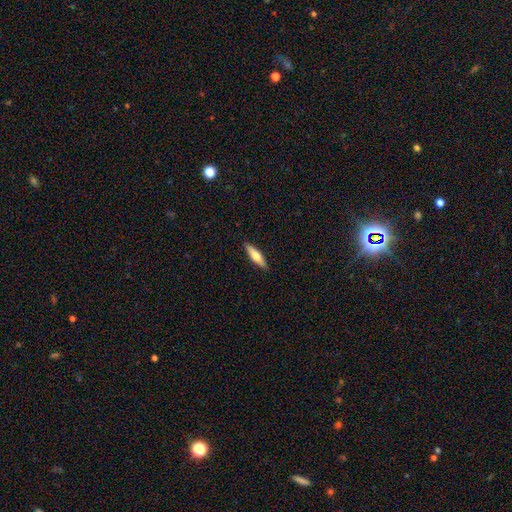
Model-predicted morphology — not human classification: smooth-or-featured: smooth: 58% | featured or disk: 37% | star or artifact: 6%
  how-rounded: cigar-shaped: 68% | in between: 30% | round: 2%
  merging: none: 90% | minor disturbance: 8% | major disturbance: 2% | merger: 1%